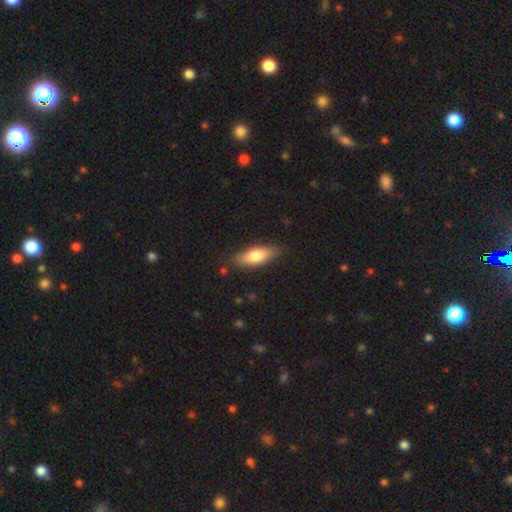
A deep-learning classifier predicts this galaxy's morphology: Q: Smooth or featured?
A: smooth (75%); runner-up: featured or disk (19%)
Q: How rounded?
A: in between (68%); runner-up: cigar-shaped (30%)
Q: Merging?
A: none (84%); runner-up: minor disturbance (12%)